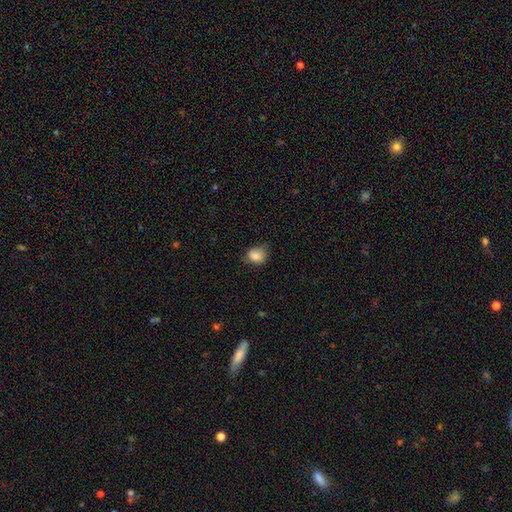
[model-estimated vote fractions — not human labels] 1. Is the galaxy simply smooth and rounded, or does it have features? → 85% smooth, 9% star or artifact, 6% featured or disk.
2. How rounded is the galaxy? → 57% round, 42% in between, 1% cigar-shaped.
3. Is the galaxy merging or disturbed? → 68% none, 25% minor disturbance, 5% major disturbance, 1% merger.